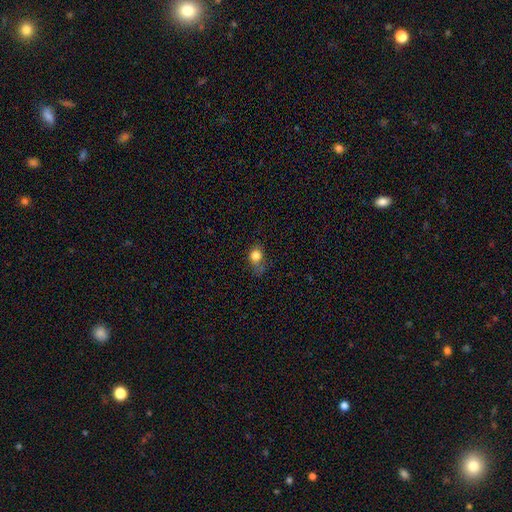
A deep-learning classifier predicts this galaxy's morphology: This is clearly a smooth galaxy (81%). How rounded: likely round (67%). Merging: marginally none (41%).